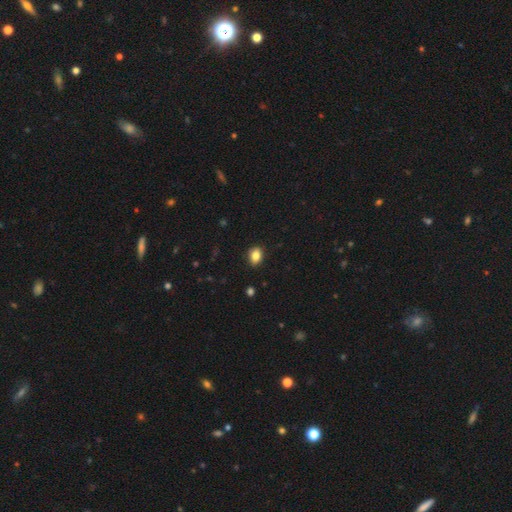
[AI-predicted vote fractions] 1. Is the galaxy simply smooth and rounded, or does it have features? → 84% smooth, 9% star or artifact, 7% featured or disk.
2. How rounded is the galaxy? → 70% in between, 29% round, 1% cigar-shaped.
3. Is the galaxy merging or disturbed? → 86% none, 11% minor disturbance, 2% major disturbance, 1% merger.